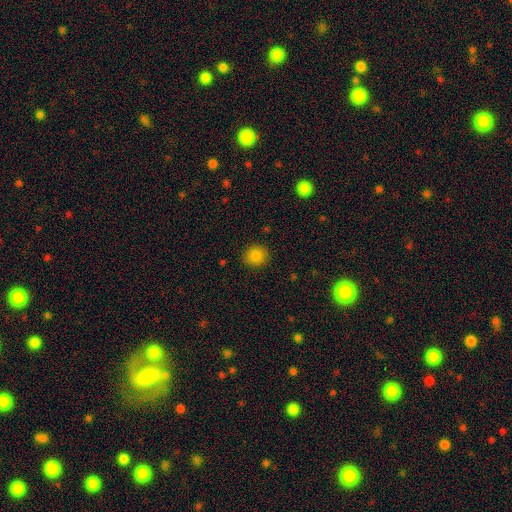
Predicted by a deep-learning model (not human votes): Smooth or featured? Predicted: smooth (p=0.84). How rounded? Predicted: round (p=0.86). Merging? Predicted: none (p=0.90).